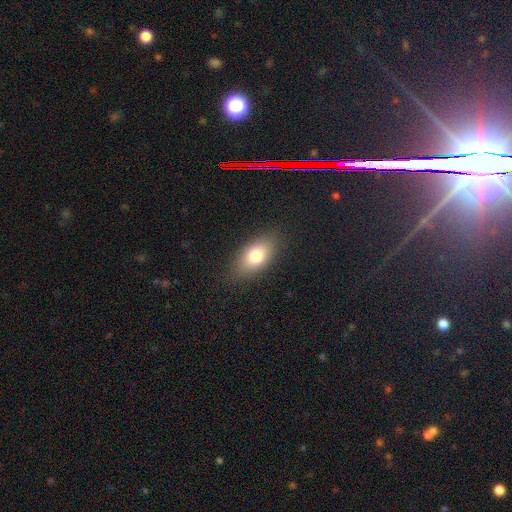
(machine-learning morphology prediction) Smooth or featured? Predicted: smooth (p=0.76). How rounded? Predicted: in between (p=0.86). Merging? Predicted: none (p=0.84).